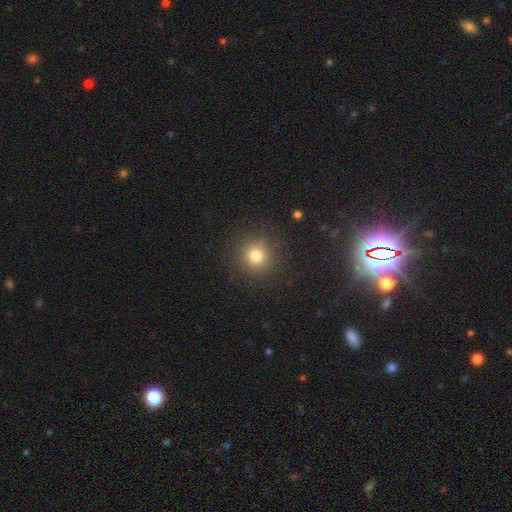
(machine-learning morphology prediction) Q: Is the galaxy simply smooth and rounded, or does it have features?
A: smooth — 78%.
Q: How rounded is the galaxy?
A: round — 93%.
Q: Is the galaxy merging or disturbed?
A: none — 89%.